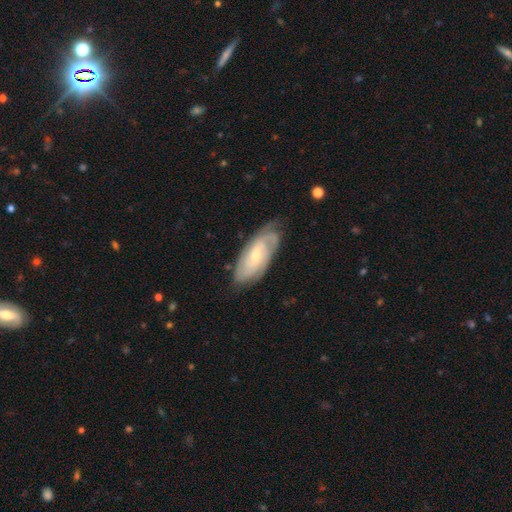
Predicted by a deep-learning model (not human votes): Smooth or featured? Predicted: featured or disk (p=0.77). Edge-on disk? Predicted: no (p=0.91). Bar? Predicted: no (p=0.45). Spiral arms? Predicted: yes (p=0.94). Spiral winding? Predicted: tight (p=0.61). Spiral arm count? Predicted: can't tell (p=0.37). Bulge size? Predicted: small (p=0.58). Merging? Predicted: none (p=0.71).